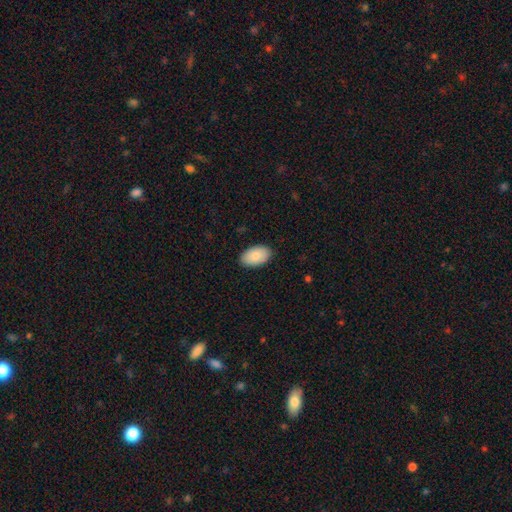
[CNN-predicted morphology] This appears to be a smooth galaxy with no disk features (88%) that is in between round and cigar-shaped (96%). Merging: none (89%).